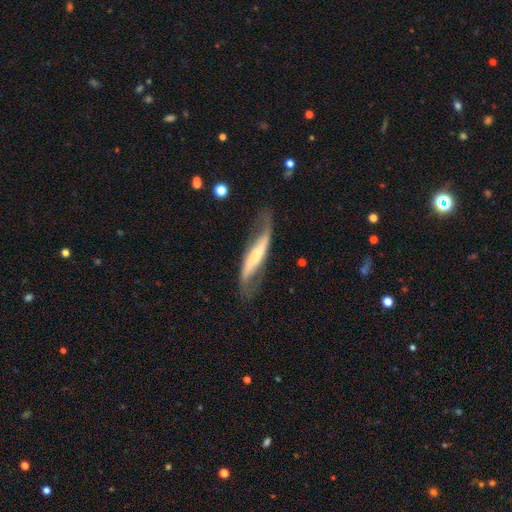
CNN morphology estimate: Q: Smooth or featured?
A: featured or disk (72%); runner-up: smooth (21%)
Q: Edge-on disk?
A: no (69%); runner-up: yes (31%)
Q: Merging?
A: none (57%); runner-up: minor disturbance (24%)